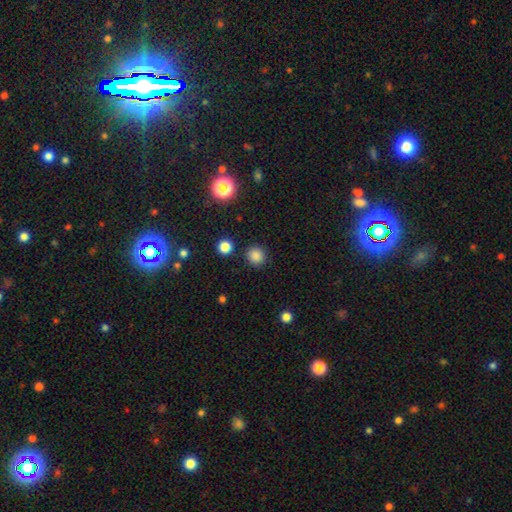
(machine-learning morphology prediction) This appears to be a smooth galaxy with no disk features (84%) that is round (92%). Merging: none (89%).